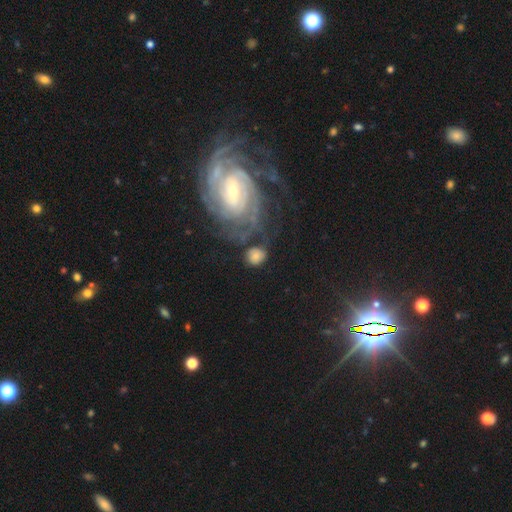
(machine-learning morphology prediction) Smooth or featured: smooth — 60% (featured or disk — 29%)
How rounded: round — 74% (in between — 24%)
Merging: none — 62% (minor disturbance — 17%)